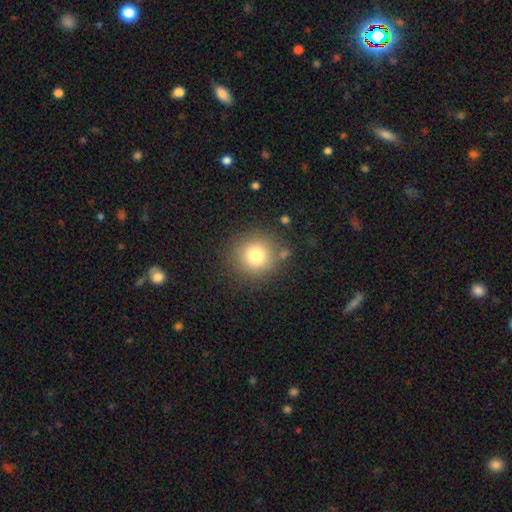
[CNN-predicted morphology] The model was most divided on "smooth or featured": smooth: 78%, star or artifact: 13%, featured or disk: 9%. More confident: how rounded — round (93%); merging — none (83%).